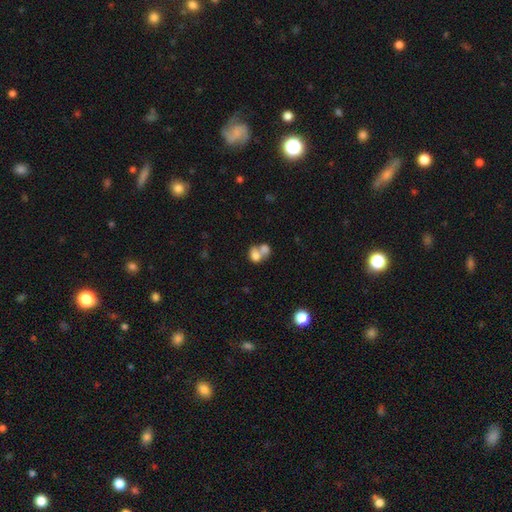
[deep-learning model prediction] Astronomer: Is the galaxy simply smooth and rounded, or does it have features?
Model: smooth — 61%.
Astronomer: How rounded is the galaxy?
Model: round — 62%.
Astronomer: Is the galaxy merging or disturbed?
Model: merger — 58%.